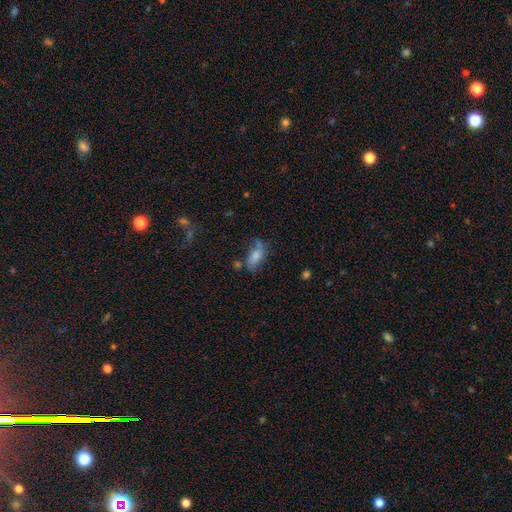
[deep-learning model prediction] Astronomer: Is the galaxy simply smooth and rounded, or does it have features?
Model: smooth — 71%.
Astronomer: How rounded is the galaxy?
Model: in between — 84%.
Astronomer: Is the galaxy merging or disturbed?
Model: none — 47% (runner-up: minor disturbance, 26%).